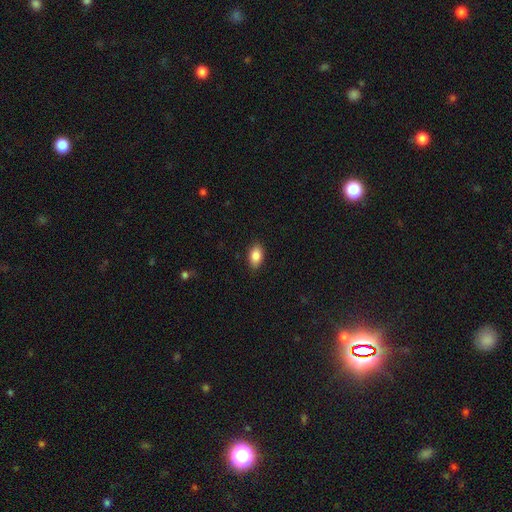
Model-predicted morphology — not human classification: smooth-or-featured: smooth: 87% | star or artifact: 7% | featured or disk: 6%
  how-rounded: in between: 92% | round: 6% | cigar-shaped: 2%
  merging: none: 88% | minor disturbance: 9% | major disturbance: 2% | merger: 1%